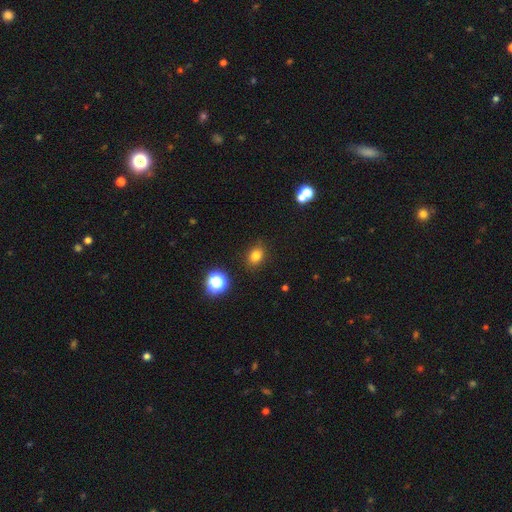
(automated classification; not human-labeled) A smooth galaxy with no disk features (78%) that is in between round and cigar-shaped (54%). Merging: none (85%).